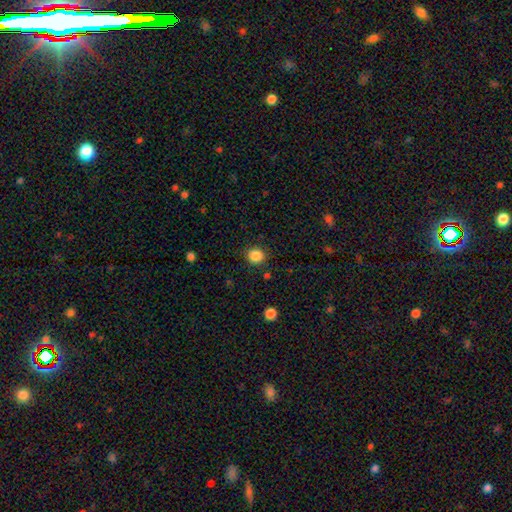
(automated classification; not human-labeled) Smooth or featured? Predicted: smooth (p=0.86). How rounded? Predicted: round (p=0.86). Merging? Predicted: none (p=0.89).